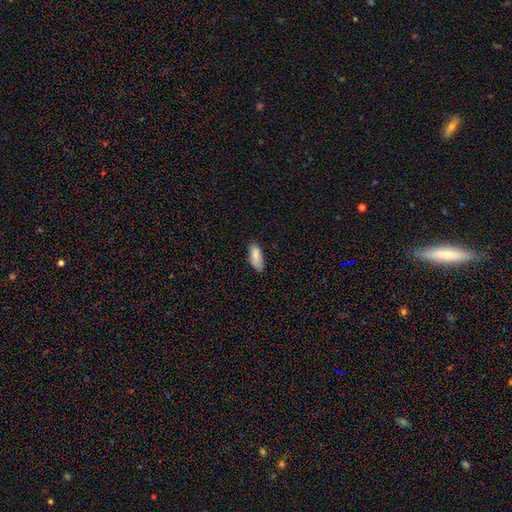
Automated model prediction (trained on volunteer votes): Smooth or featured? smooth (85%)
How rounded? in between (82%)
Merging? none (69%)